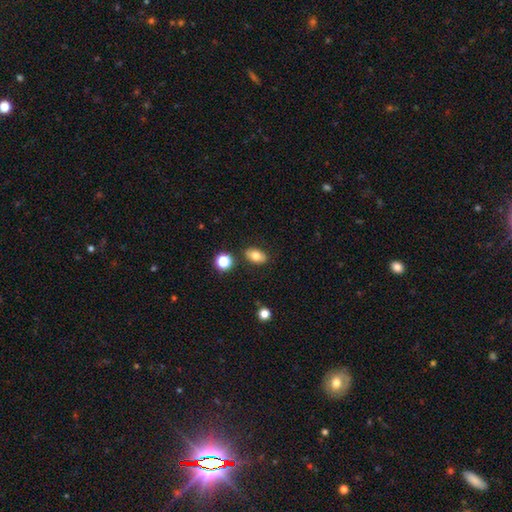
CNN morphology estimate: This is likely a smooth galaxy (78%). How rounded: clearly in between (86%). Merging: clearly none (86%).